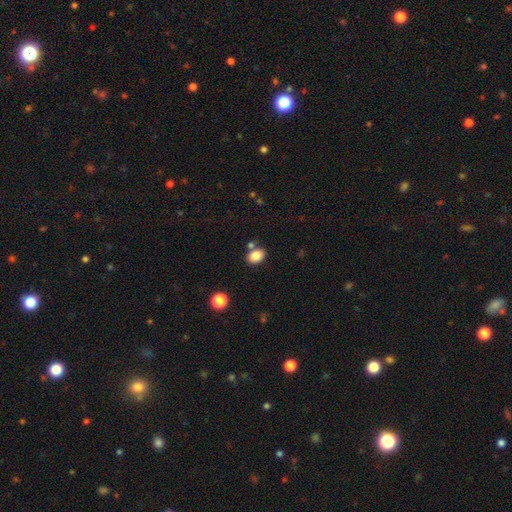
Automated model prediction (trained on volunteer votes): Q: Smooth or featured?
A: smooth (85%); runner-up: star or artifact (9%)
Q: How rounded?
A: in between (75%); runner-up: round (24%)
Q: Merging?
A: none (71%); runner-up: merger (14%)